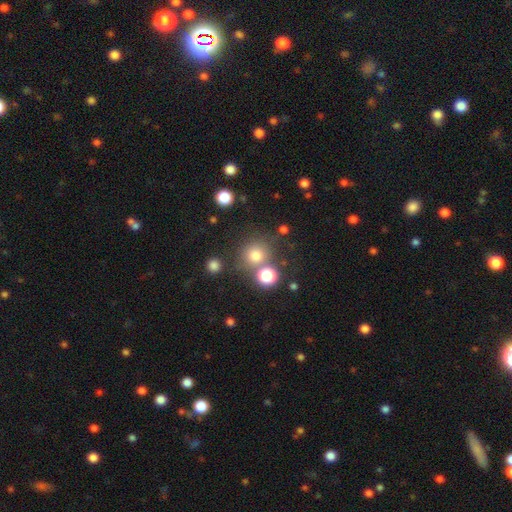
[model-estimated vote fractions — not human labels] A smooth galaxy with no disk features (74%) that is round (88%).

Vote fractions:
- Smooth or featured? smooth: 74% / star or artifact: 18% / featured or disk: 8%
- How rounded? round: 88% / in between: 11% / cigar-shaped: 1%
- Merging? none: 70% / merger: 15% / minor disturbance: 10% / major disturbance: 5%